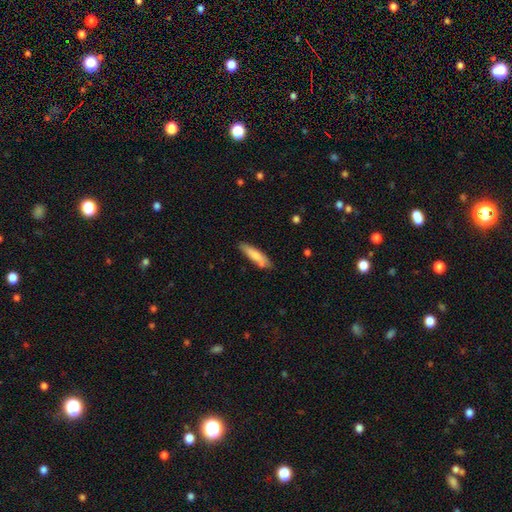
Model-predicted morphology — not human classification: Smooth or featured: smooth — 79% (featured or disk — 16%)
How rounded: cigar-shaped — 76% (in between — 23%)
Merging: none — 73% (minor disturbance — 19%)